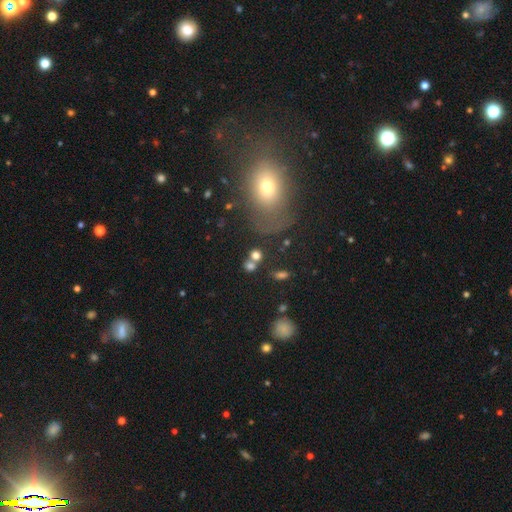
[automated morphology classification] Smooth or featured? Predicted: smooth (p=0.72). How rounded? Predicted: round (p=0.69). Merging? Predicted: none (p=0.51).